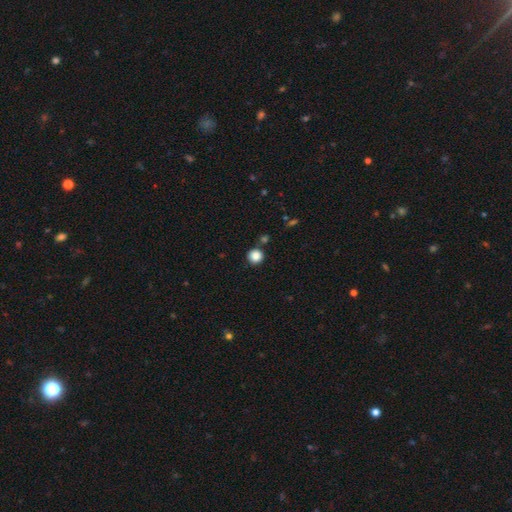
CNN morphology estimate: This appears to be a smooth galaxy with no disk features (87%) that is round (94%). Merging: none (84%).